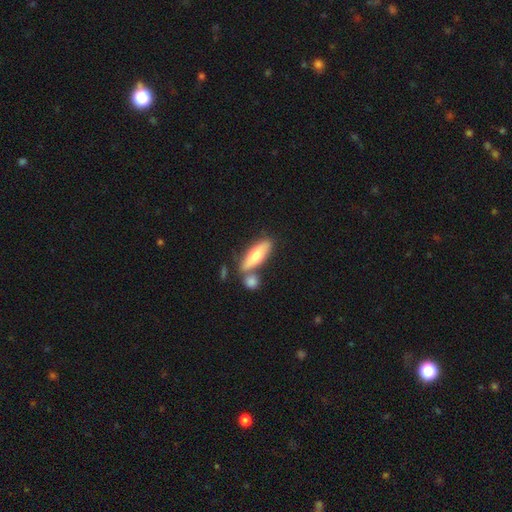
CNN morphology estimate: smooth_or_featured: smooth (p=0.65) [alt: featured or disk p=0.29]
how_rounded: cigar-shaped (p=0.49) [alt: in between p=0.48]
merging: none (p=0.58) [alt: merger p=0.23]